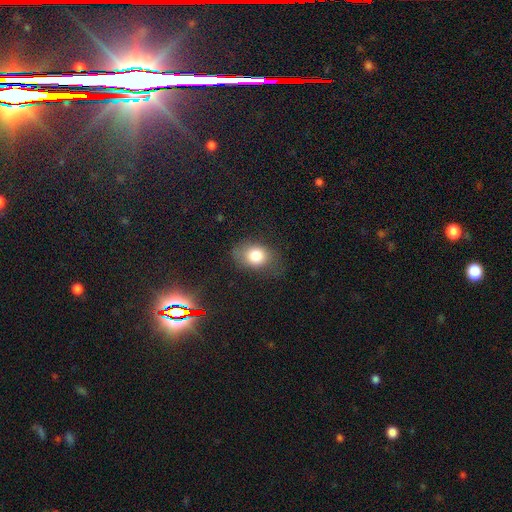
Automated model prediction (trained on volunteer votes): Smooth or featured? Predicted: smooth (p=0.79). How rounded? Predicted: in between (p=0.66). Merging? Predicted: none (p=0.64).